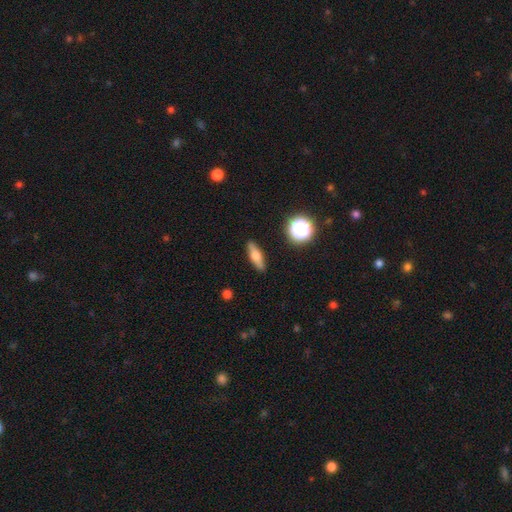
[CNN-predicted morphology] Smooth or featured: smooth — 56% (featured or disk — 35%)
How rounded: cigar-shaped — 56% (in between — 37%)
Merging: none — 89% (minor disturbance — 8%)